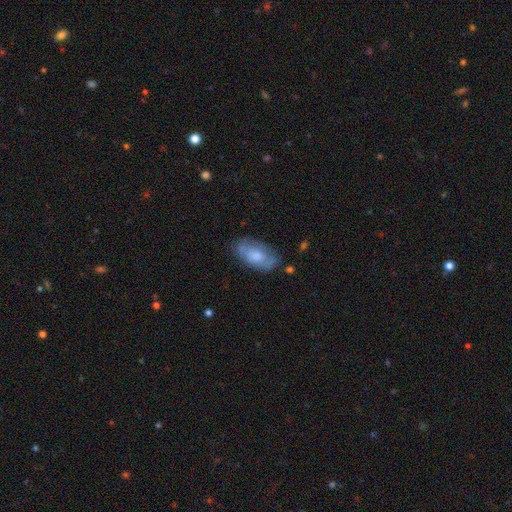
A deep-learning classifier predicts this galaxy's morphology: Smooth or featured? smooth (58%)
How rounded? in between (92%)
Merging? none (68%)